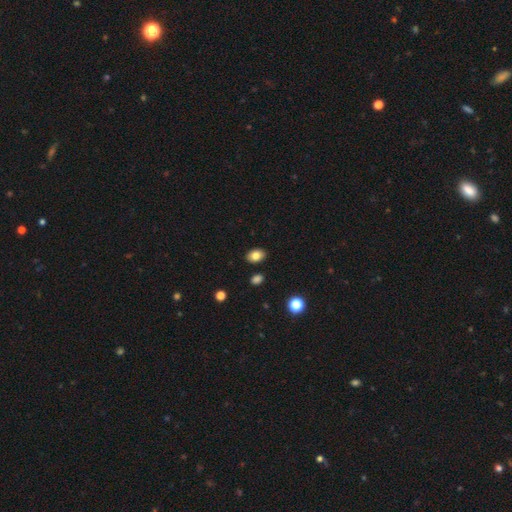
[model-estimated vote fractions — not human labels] A smooth galaxy with no disk features (82%) that is in between round and cigar-shaped (79%).

Vote fractions:
- Smooth or featured? smooth: 82% / star or artifact: 10% / featured or disk: 9%
- How rounded? in between: 79% / round: 20% / cigar-shaped: 1%
- Merging? none: 88% / minor disturbance: 8% / merger: 2% / major disturbance: 2%